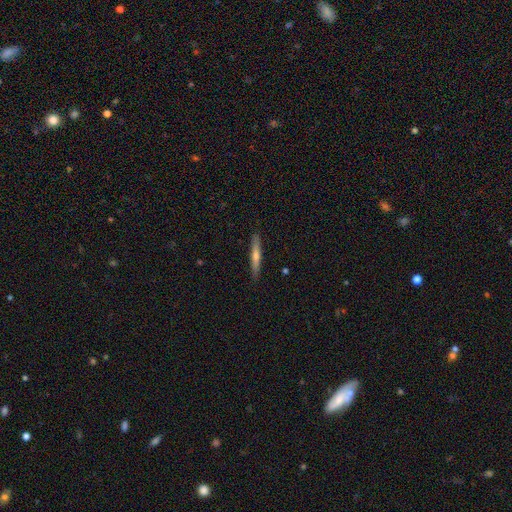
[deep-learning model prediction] Morphology: type=featured or disk (54%); edge-on=yes (95%); edge-on bulge=rounded (75%); merging=none (90%).